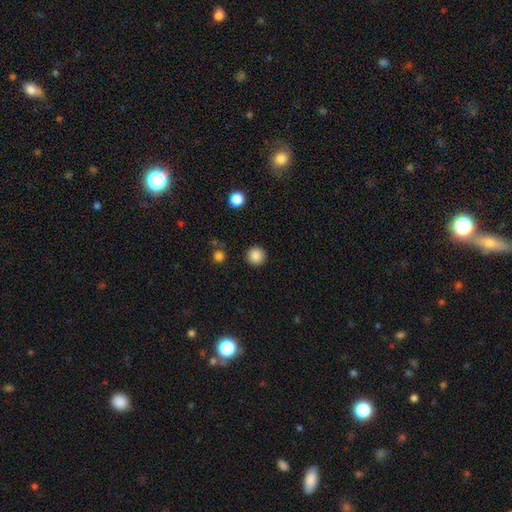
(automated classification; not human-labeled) A smooth galaxy with no disk features (87%) that is round (95%). Merging: none (92%).